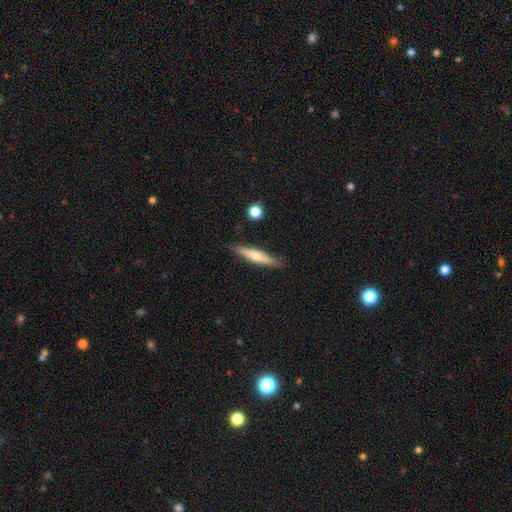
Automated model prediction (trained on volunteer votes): Overall: smooth (53%; featured or disk 41%). How rounded: cigar-shaped (87%). Merging: none (85%).